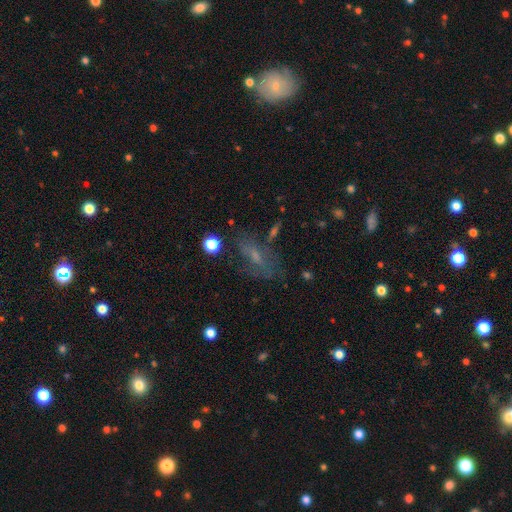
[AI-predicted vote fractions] Q: Smooth or featured?
A: featured or disk (45%); runner-up: smooth (35%)
Q: Merging?
A: none (55%); runner-up: minor disturbance (21%)